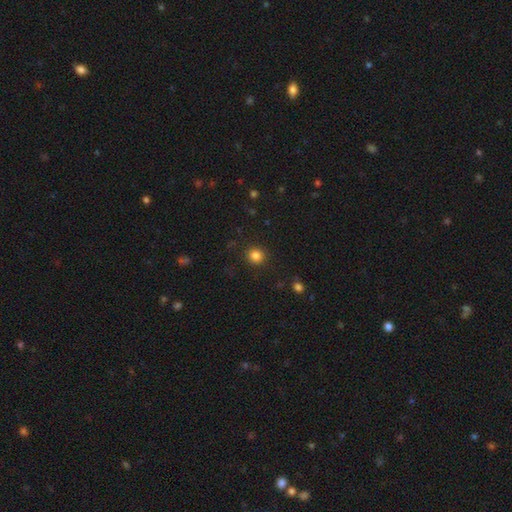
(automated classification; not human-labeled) Q: Smooth or featured?
A: smooth (84%); runner-up: star or artifact (12%)
Q: How rounded?
A: round (90%); runner-up: in between (9%)
Q: Merging?
A: none (91%); runner-up: minor disturbance (6%)